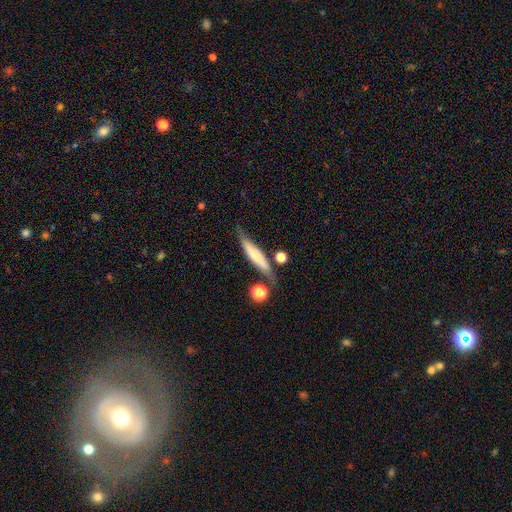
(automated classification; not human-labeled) A smooth galaxy with no disk features (59%) that is cigar-shaped (85%).

Vote fractions:
- Smooth or featured? smooth: 59% / featured or disk: 34% / star or artifact: 7%
- How rounded? cigar-shaped: 85% / in between: 12% / round: 2%
- Merging? none: 67% / minor disturbance: 19% / merger: 9% / major disturbance: 5%